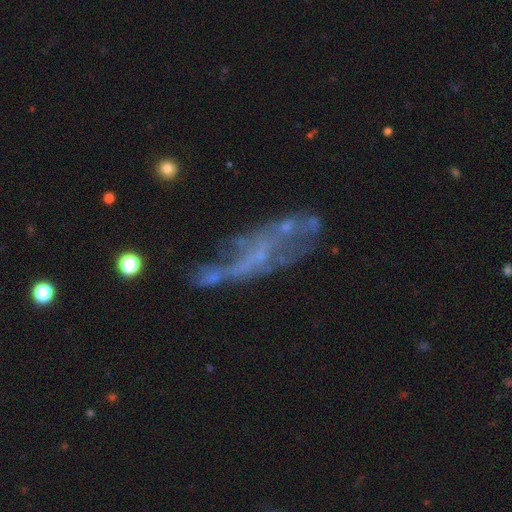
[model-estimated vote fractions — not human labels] Smooth or featured: featured or disk — 63% (smooth — 21%)
Edge-on disk: no — 84% (yes — 16%)
Bar: no — 75% (weak — 17%)
Spiral arms: no — 74% (yes — 26%)
Bulge size: none — 65% (small — 27%)
Merging: none — 36% (major disturbance — 29%)